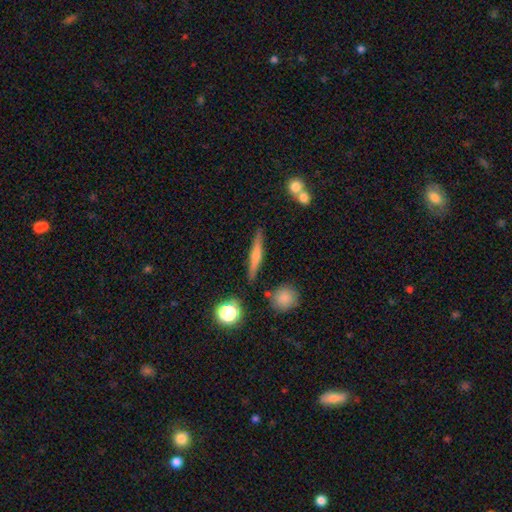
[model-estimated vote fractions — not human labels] A featured or disk galaxy (55%) viewed edge-on (95%) with a rounded central bulge (68%). Merging: none (85%).